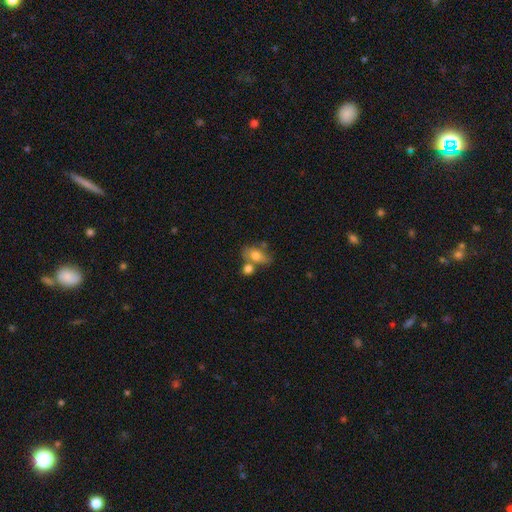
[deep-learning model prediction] Overall: smooth (65%; featured or disk 26%). How rounded: in between (79%). Merging: none (42%; merger 34%).